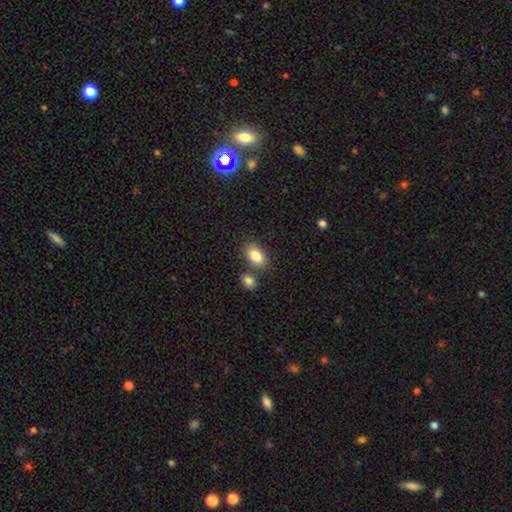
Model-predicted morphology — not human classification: Q: Smooth or featured?
A: smooth (84%); runner-up: featured or disk (8%)
Q: How rounded?
A: in between (87%); runner-up: round (12%)
Q: Merging?
A: none (69%); runner-up: merger (17%)